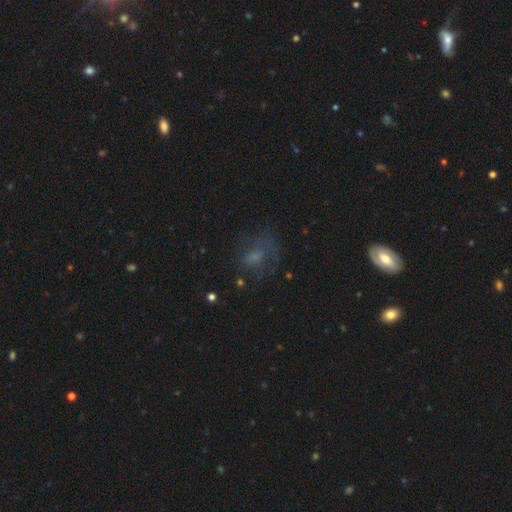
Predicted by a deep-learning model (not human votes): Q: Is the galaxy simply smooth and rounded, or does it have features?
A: smooth — 44%.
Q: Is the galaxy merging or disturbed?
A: none — 47%.